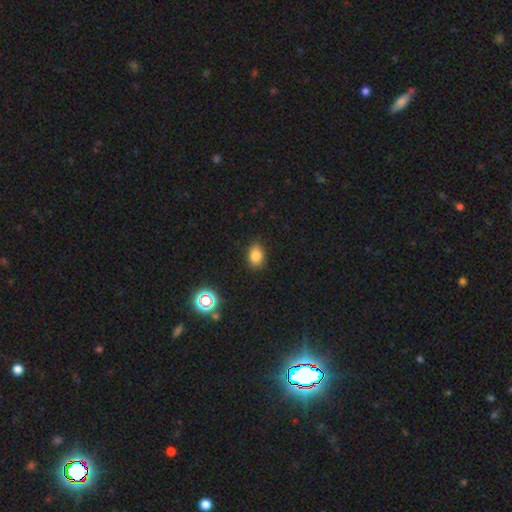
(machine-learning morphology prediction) The model was most divided on "how rounded": in between: 75%, round: 24%, cigar-shaped: 1%. More confident: merging — none (87%); smooth or featured — smooth (80%).